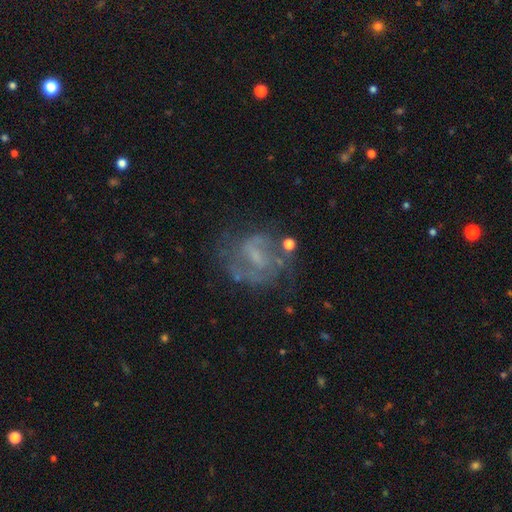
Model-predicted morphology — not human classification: The model was most divided on "spiral winding": medium: 47%, tight: 27%, loose: 26%. More confident: edge-on disk — no (97%); spiral arms — yes (79%); smooth or featured — featured or disk (73%); spiral arm count — 2 (65%); merging — none (61%); bar — weak (52%); bulge size — small (51%).